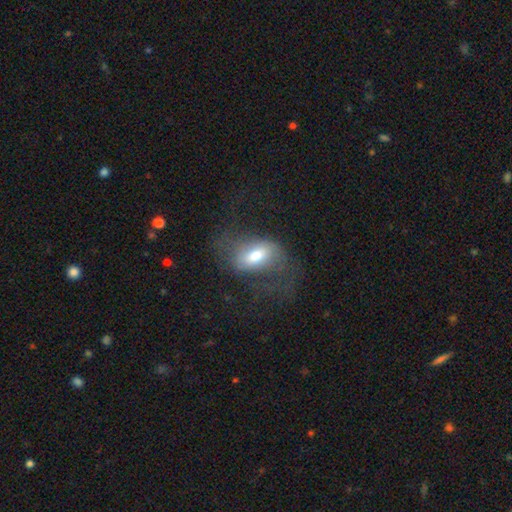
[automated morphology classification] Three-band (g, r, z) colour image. It shows a smooth galaxy with no disk features (55%) that is in between round and cigar-shaped (85%). Merging: none (44%).